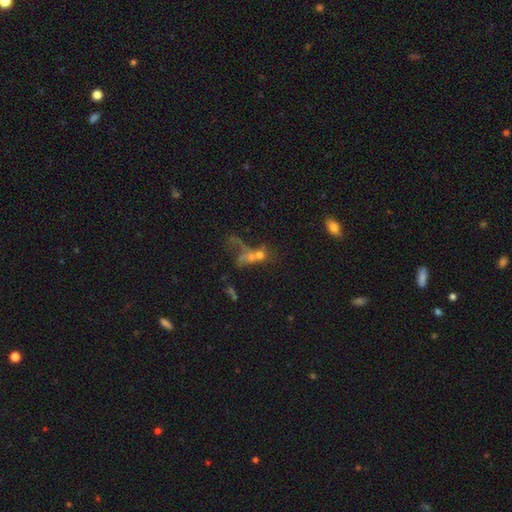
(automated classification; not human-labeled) This is marginally a smooth galaxy (43%). Merging: possibly merger (51%).